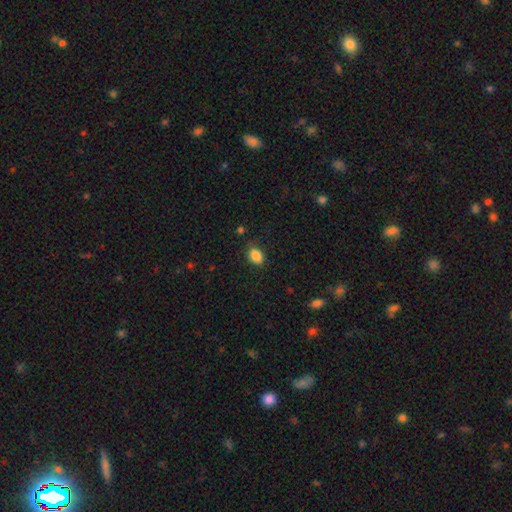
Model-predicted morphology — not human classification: Smooth or featured?
  - smooth: 87% *
  - star or artifact: 9%
  - featured or disk: 4%
How rounded?
  - in between: 74% *
  - round: 25%
  - cigar-shaped: 1%
Merging?
  - none: 82% *
  - minor disturbance: 14%
  - major disturbance: 3%
  - merger: 1%